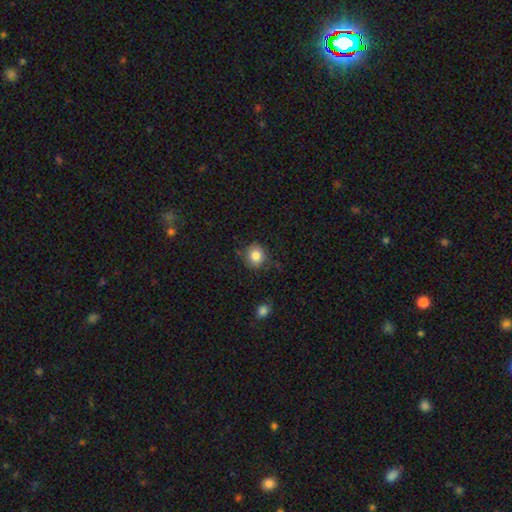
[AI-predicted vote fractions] Q: Smooth or featured?
A: smooth (83%); runner-up: star or artifact (10%)
Q: How rounded?
A: round (84%); runner-up: in between (15%)
Q: Merging?
A: none (81%); runner-up: minor disturbance (13%)